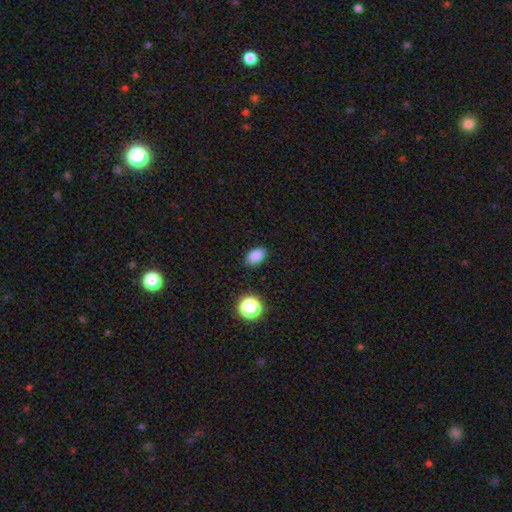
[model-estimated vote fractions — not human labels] Smooth or featured?
  - smooth: 84% *
  - star or artifact: 11%
  - featured or disk: 5%
How rounded?
  - in between: 87% *
  - round: 11%
  - cigar-shaped: 2%
Merging?
  - none: 84% *
  - minor disturbance: 12%
  - major disturbance: 2%
  - merger: 1%